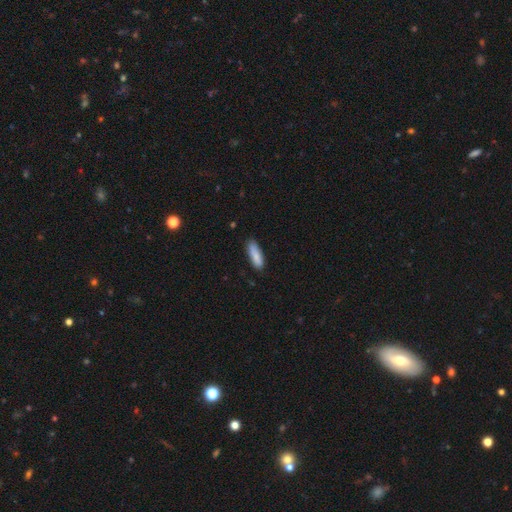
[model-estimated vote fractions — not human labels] Smooth or featured? Predicted: smooth (p=0.86). How rounded? Predicted: cigar-shaped (p=0.51). Merging? Predicted: none (p=0.80).